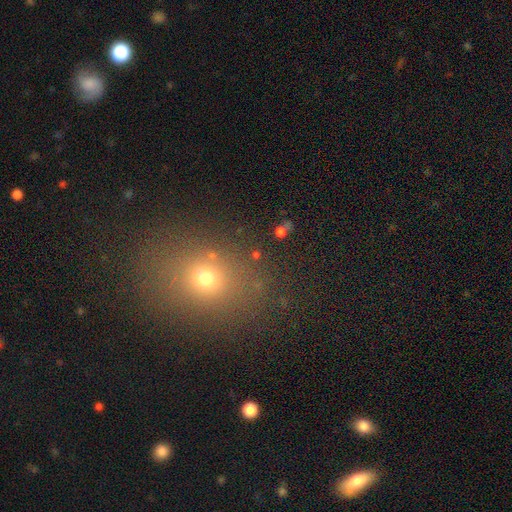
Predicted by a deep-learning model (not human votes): Smooth or featured?
  - smooth: 61% *
  - star or artifact: 28%
  - featured or disk: 11%
How rounded?
  - round: 56% *
  - in between: 42%
  - cigar-shaped: 2%
Merging?
  - none: 77% *
  - minor disturbance: 11%
  - merger: 7%
  - major disturbance: 5%